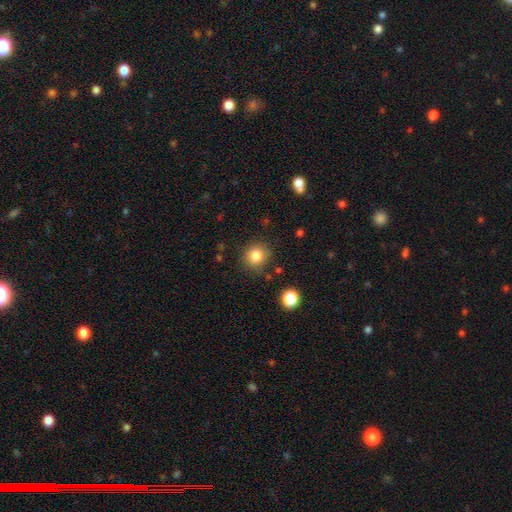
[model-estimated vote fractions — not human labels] The model was most divided on "merging": none: 82%, minor disturbance: 11%, major disturbance: 4%, merger: 3%. More confident: how rounded — round (88%); smooth or featured — smooth (83%).